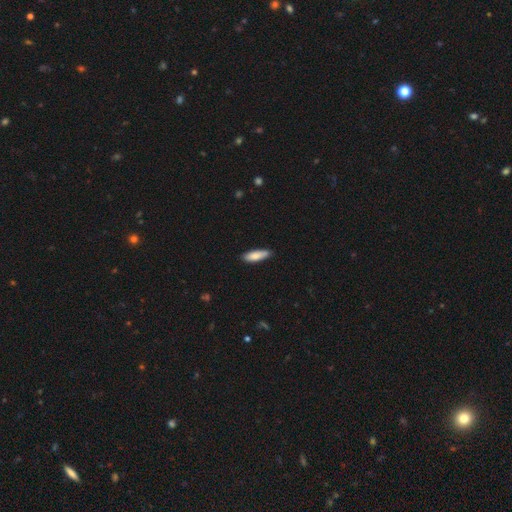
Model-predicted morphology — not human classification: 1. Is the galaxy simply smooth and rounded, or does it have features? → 82% smooth, 12% featured or disk, 6% star or artifact.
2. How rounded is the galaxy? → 50% cigar-shaped, 48% in between, 2% round.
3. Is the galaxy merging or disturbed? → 81% none, 15% minor disturbance, 2% major disturbance, 1% merger.